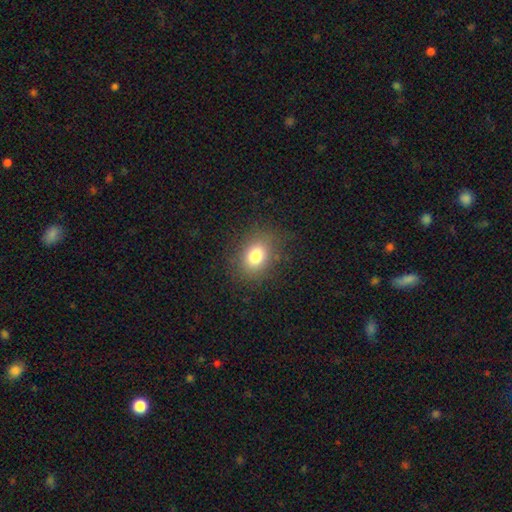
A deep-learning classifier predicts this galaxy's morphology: Overall: smooth (79%). How rounded: in between (59%; round 40%). Merging: none (81%).